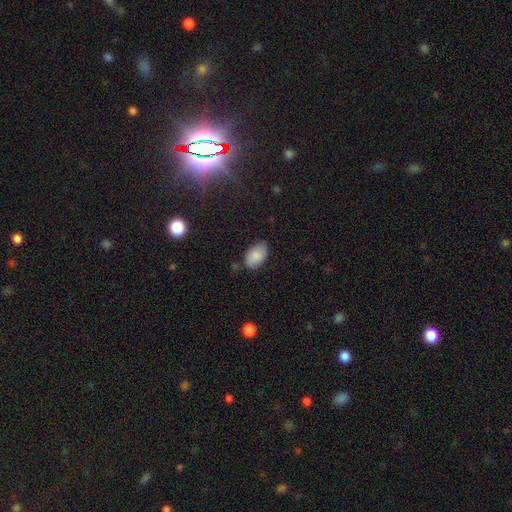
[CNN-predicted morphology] This is clearly a smooth galaxy (86%). How rounded: clearly in between (93%). Merging: likely none (79%).